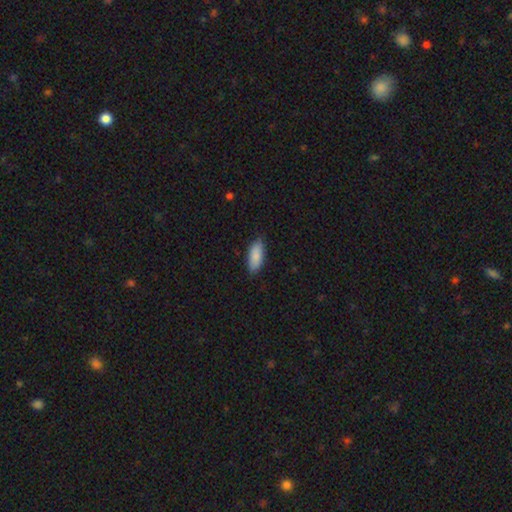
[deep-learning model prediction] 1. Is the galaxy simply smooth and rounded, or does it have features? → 88% smooth, 6% featured or disk, 6% star or artifact.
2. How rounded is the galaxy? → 81% in between, 17% cigar-shaped, 2% round.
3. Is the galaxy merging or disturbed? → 84% none, 13% minor disturbance, 2% major disturbance, 1% merger.